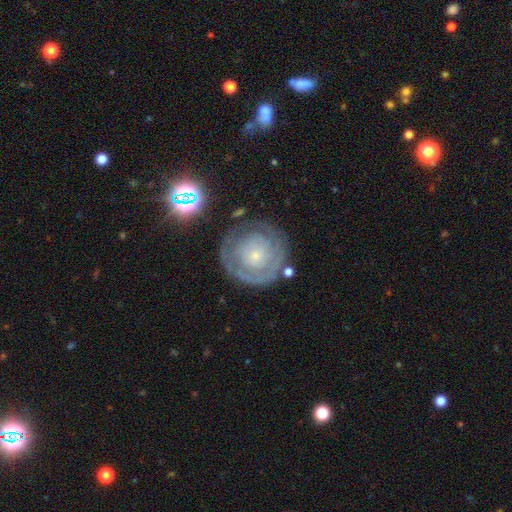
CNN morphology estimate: Smooth or featured?
  - featured or disk: 70% *
  - smooth: 23%
  - star or artifact: 7%
Edge-on disk?
  - no: 97% *
  - yes: 3%
Bar?
  - no: 85% *
  - weak: 12%
  - strong: 3%
Spiral arms?
  - yes: 76% *
  - no: 24%
Spiral winding?
  - tight: 82% *
  - medium: 13%
  - loose: 5%
Spiral arm count?
  - can't tell: 51% *
  - 2: 19%
  - 1: 12%
  - 3: 9%
  - 4: 5%
  - more than 4: 4%
Bulge size?
  - small: 76% *
  - moderate: 17%
  - none: 3%
  - large: 2%
  - dominant: 1%
Merging?
  - none: 72% *
  - minor disturbance: 17%
  - major disturbance: 8%
  - merger: 3%